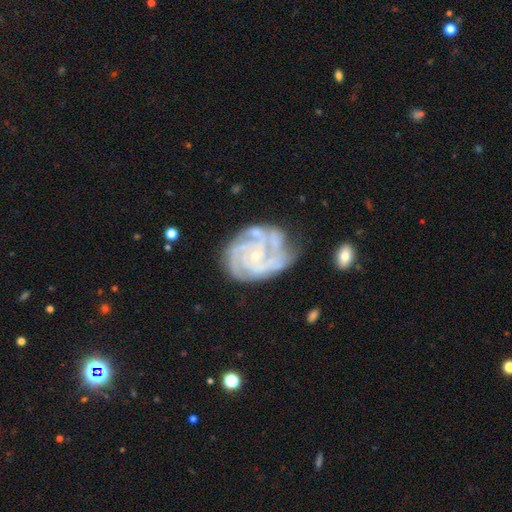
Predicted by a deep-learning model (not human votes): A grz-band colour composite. It shows a featured or disk galaxy (89%) with no bar (69%), 4 (35%) tight (70%) spiral arms (98%) and a small central bulge (81%). Merging: none (62%).